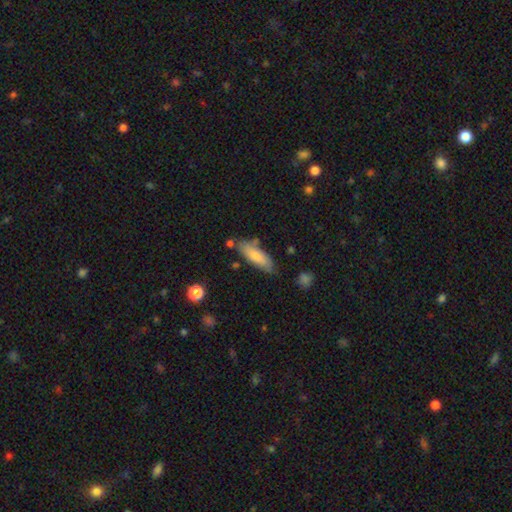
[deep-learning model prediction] A smooth galaxy with no disk features (76%) that is in between round and cigar-shaped (59%). Merging: none (69%).